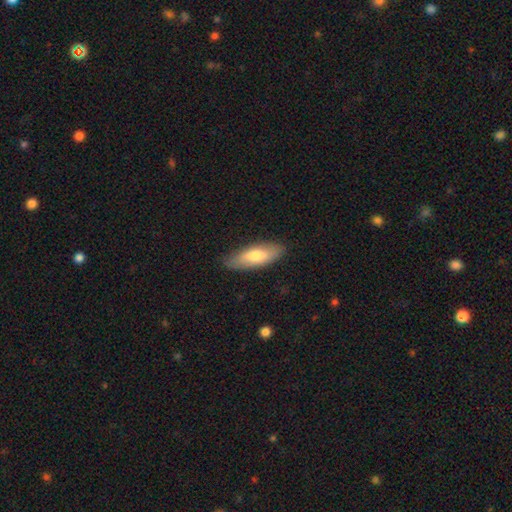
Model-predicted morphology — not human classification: smooth_or_featured: smooth (p=0.70) [alt: featured or disk p=0.24]
how_rounded: in between (p=0.64) [alt: cigar-shaped p=0.34]
merging: none (p=0.83) [alt: minor disturbance p=0.14]